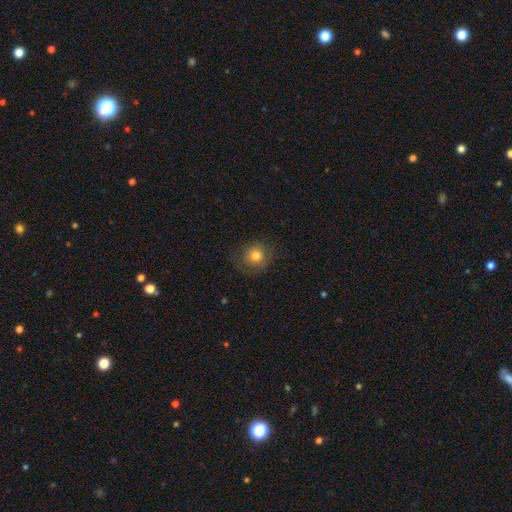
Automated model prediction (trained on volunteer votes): This appears to be a smooth galaxy with no disk features (80%) that is round (89%). Merging: none (83%).